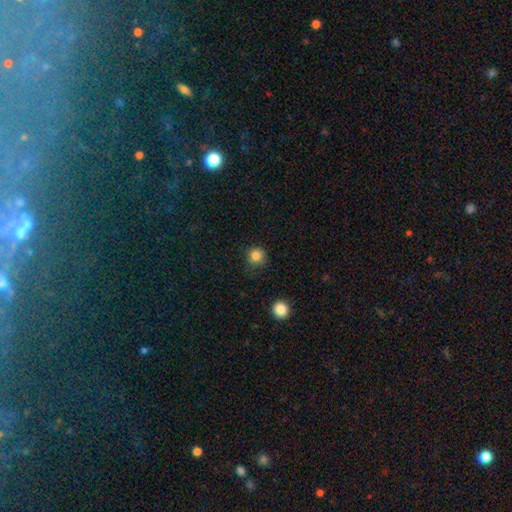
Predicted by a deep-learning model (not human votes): Smooth or featured: smooth — 83% (star or artifact — 12%)
How rounded: round — 93% (in between — 6%)
Merging: none — 83% (minor disturbance — 12%)